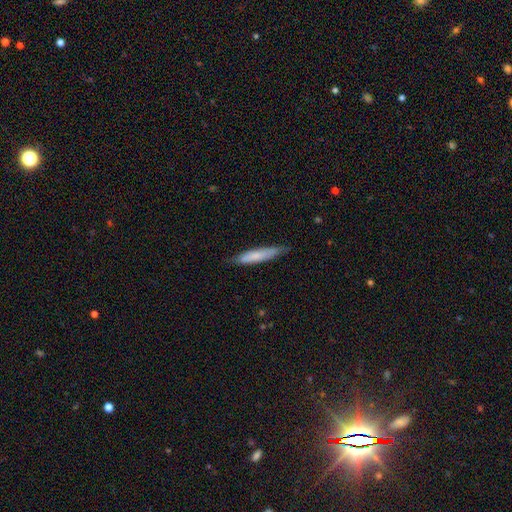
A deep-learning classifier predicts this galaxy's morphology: A smooth galaxy with no disk features (70%) that is cigar-shaped (87%).

Vote fractions:
- Smooth or featured? smooth: 70% / featured or disk: 24% / star or artifact: 6%
- How rounded? cigar-shaped: 87% / in between: 12% / round: 1%
- Merging? none: 77% / minor disturbance: 19% / major disturbance: 3% / merger: 1%